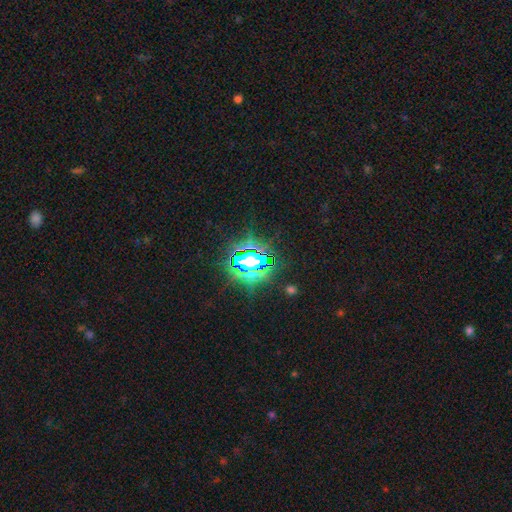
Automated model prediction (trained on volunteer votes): Smooth or featured? Predicted: star or artifact (p=0.75).